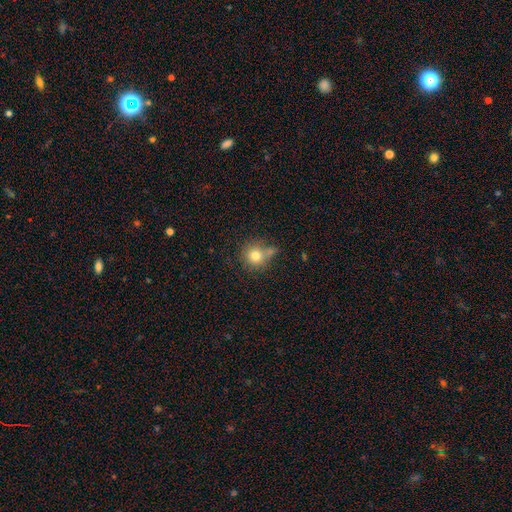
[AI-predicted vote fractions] smooth-or-featured: smooth: 77% | star or artifact: 12% | featured or disk: 11%
  how-rounded: round: 88% | in between: 11% | cigar-shaped: 1%
  merging: none: 58% | minor disturbance: 19% | merger: 17% | major disturbance: 7%